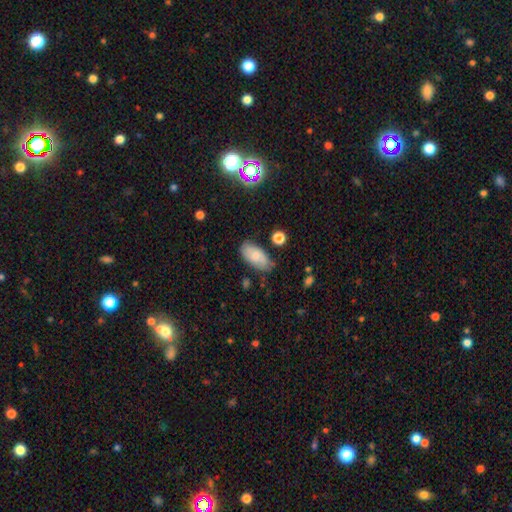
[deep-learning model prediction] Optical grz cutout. It shows a smooth galaxy with no disk features (69%) that is in between round and cigar-shaped (93%). Merging: none (68%).